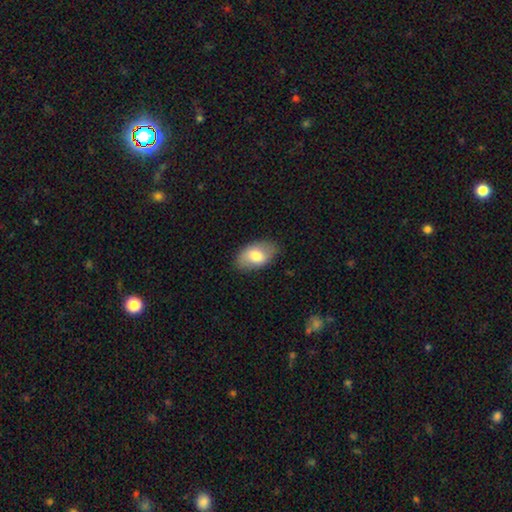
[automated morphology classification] Smooth or featured? Predicted: smooth (p=0.71). How rounded? Predicted: in between (p=0.93). Merging? Predicted: none (p=0.81).